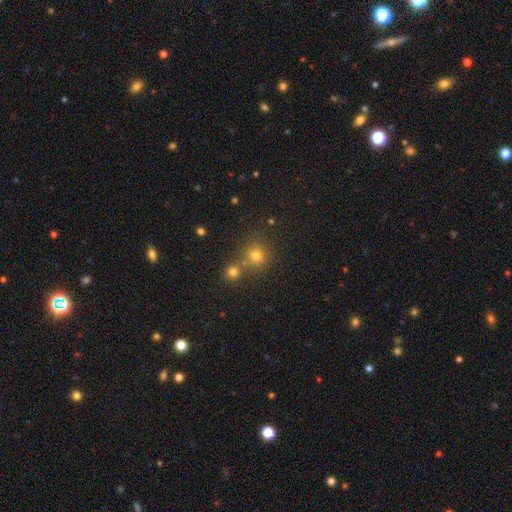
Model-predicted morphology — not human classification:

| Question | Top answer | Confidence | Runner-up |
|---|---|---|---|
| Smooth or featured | smooth | 71% | star or artifact (21%) |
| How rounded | round | 90% | in between (9%) |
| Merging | none | 64% | merger (26%) |